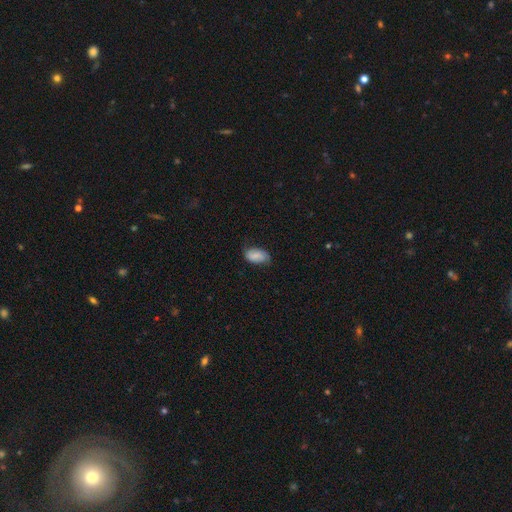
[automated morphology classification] Q: Smooth or featured?
A: smooth (69%); runner-up: featured or disk (23%)
Q: How rounded?
A: in between (93%); runner-up: round (5%)
Q: Merging?
A: none (63%); runner-up: minor disturbance (28%)